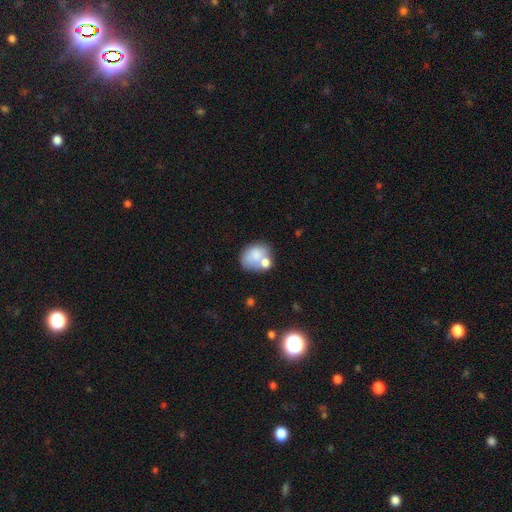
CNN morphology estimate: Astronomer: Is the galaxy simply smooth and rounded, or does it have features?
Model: smooth — 72%.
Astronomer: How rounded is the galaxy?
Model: in between — 51% (runner-up: round, 48%).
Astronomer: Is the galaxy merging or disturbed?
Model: none — 43% (runner-up: merger, 31%).